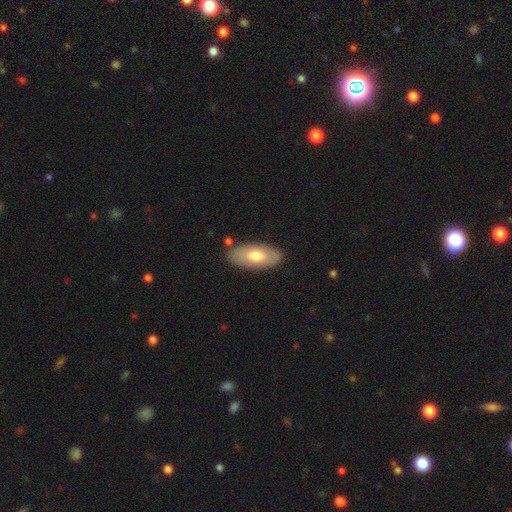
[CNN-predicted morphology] Smooth or featured?
  - smooth: 67% *
  - featured or disk: 27%
  - star or artifact: 5%
How rounded?
  - in between: 91% *
  - cigar-shaped: 6%
  - round: 3%
Merging?
  - none: 81% *
  - minor disturbance: 12%
  - merger: 4%
  - major disturbance: 3%